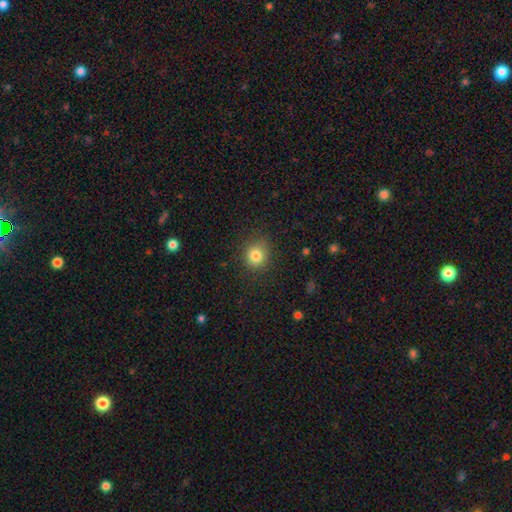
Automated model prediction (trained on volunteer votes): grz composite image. It shows a smooth galaxy with no disk features (82%) that is round (82%). Merging: none (86%).